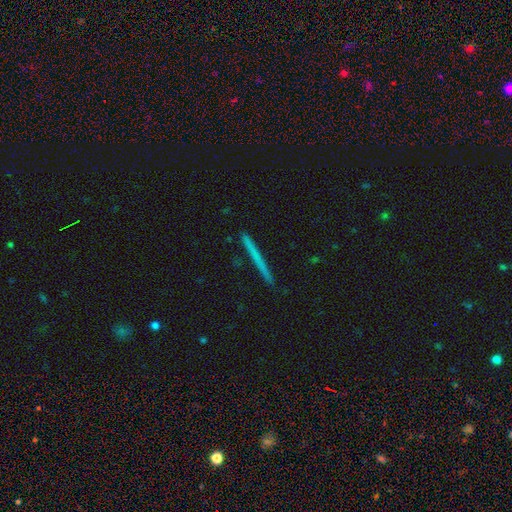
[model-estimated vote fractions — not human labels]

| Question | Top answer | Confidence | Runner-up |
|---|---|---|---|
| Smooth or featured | smooth | 51% | featured or disk (42%) |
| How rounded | cigar-shaped | 97% | round (2%) |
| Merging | none | 92% | minor disturbance (6%) |